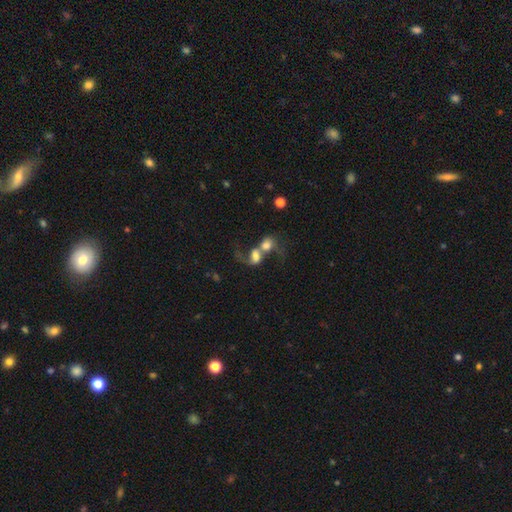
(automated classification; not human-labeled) Q: Smooth or featured?
A: smooth (46%); runner-up: featured or disk (43%)
Q: Merging?
A: merger (80%); runner-up: major disturbance (8%)